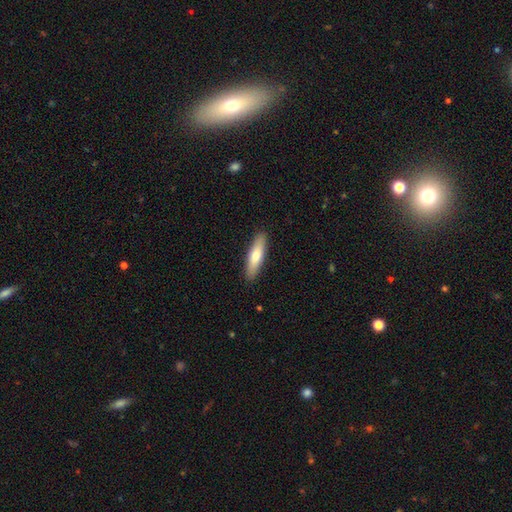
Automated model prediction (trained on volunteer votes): The model was most divided on "how rounded": cigar-shaped: 70%, in between: 29%, round: 1%. More confident: merging — none (90%); smooth or featured — smooth (71%).